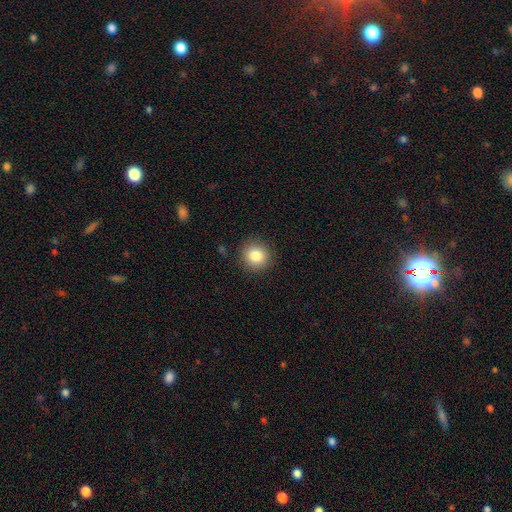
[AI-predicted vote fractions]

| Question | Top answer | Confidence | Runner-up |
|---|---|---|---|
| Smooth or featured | smooth | 84% | star or artifact (10%) |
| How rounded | round | 89% | in between (10%) |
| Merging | none | 89% | minor disturbance (7%) |